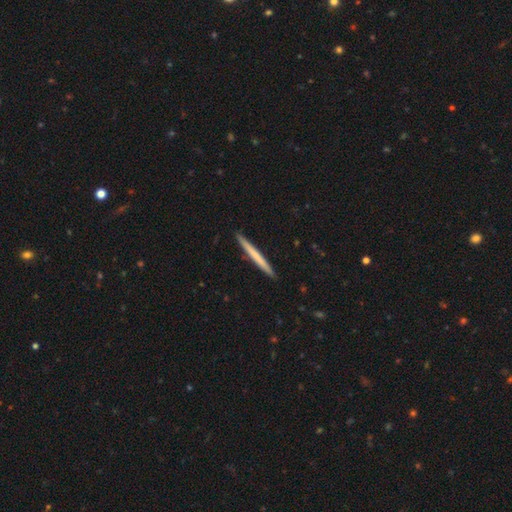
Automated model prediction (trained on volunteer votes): Smooth or featured?
  - smooth: 60% *
  - featured or disk: 36%
  - star or artifact: 5%
How rounded?
  - cigar-shaped: 97% *
  - in between: 1%
  - round: 1%
Merging?
  - none: 93% *
  - minor disturbance: 5%
  - major disturbance: 1%
  - merger: 1%